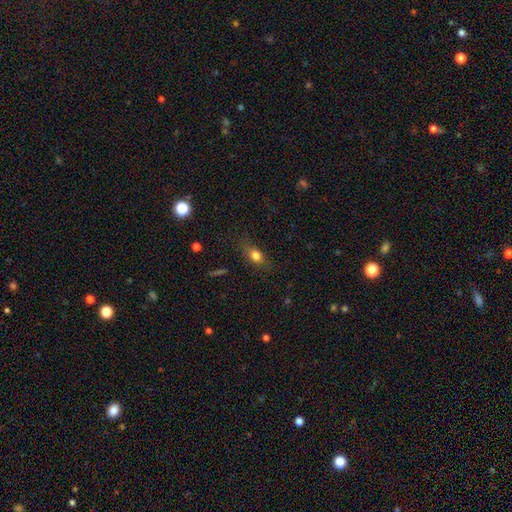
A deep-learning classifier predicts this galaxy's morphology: Smooth or featured: smooth — 76% (featured or disk — 12%)
How rounded: in between — 64% (round — 26%)
Merging: none — 71% (minor disturbance — 20%)